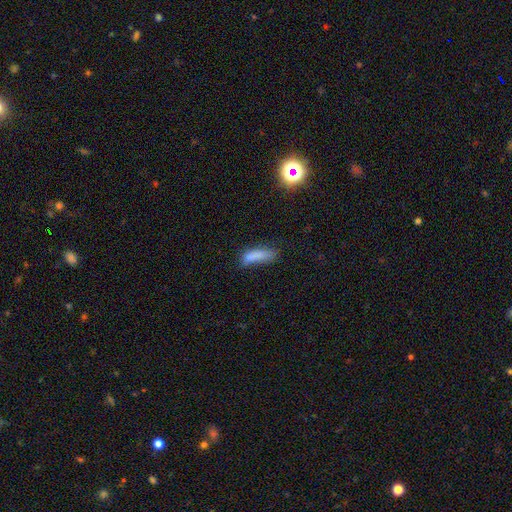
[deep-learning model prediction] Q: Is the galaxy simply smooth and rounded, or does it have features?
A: smooth — 76%.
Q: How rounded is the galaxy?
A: cigar-shaped — 60%.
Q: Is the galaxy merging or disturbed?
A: none — 46%.